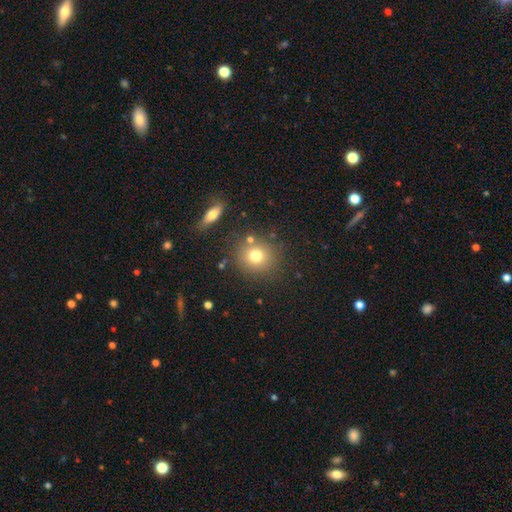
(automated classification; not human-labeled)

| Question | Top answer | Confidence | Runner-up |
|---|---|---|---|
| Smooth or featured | smooth | 75% | star or artifact (13%) |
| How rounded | round | 88% | in between (11%) |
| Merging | none | 79% | minor disturbance (9%) |